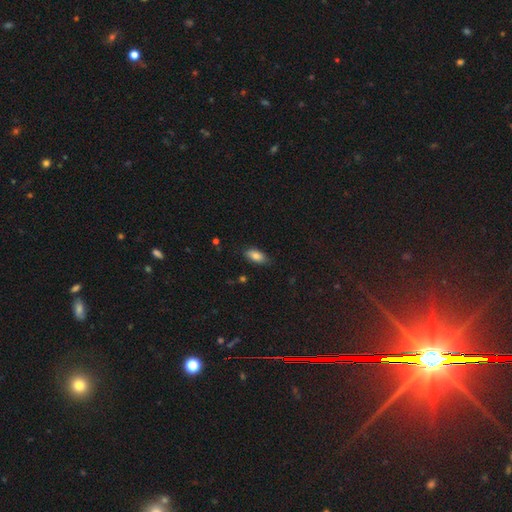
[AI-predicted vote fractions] Smooth or featured? smooth (81%)
How rounded? in between (89%)
Merging? none (79%)